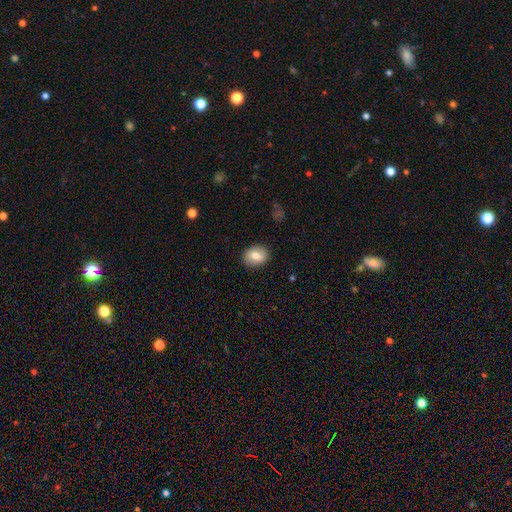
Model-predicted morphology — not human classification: Q: Smooth or featured?
A: smooth (80%); runner-up: featured or disk (12%)
Q: How rounded?
A: in between (64%); runner-up: round (35%)
Q: Merging?
A: none (89%); runner-up: minor disturbance (8%)